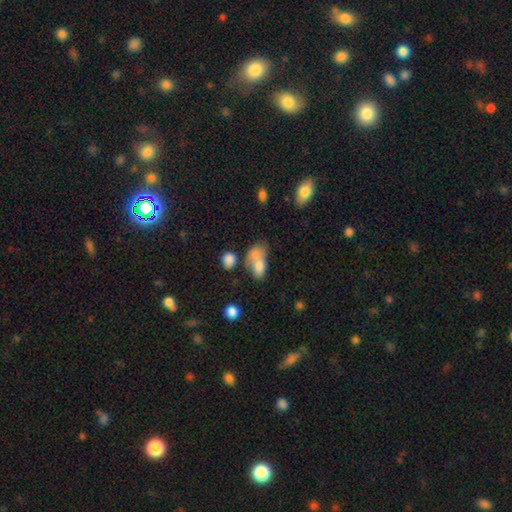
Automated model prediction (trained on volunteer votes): Overall: smooth (73%). How rounded: in between (79%). Merging: merger (53%; none 24%).